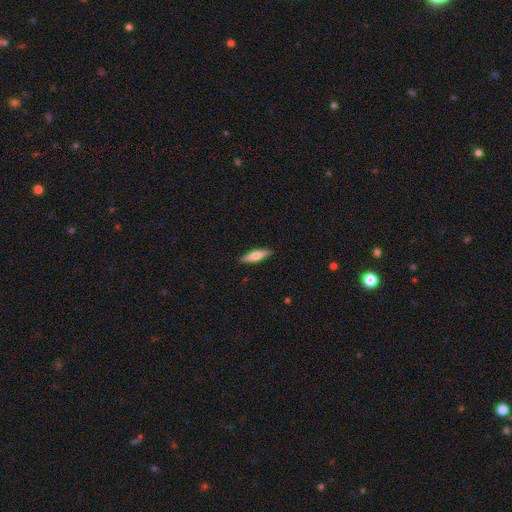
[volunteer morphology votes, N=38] smooth_or_featured: featured or disk (p=0.53) [alt: smooth p=0.39]
disk_edge_on: yes (p=0.95) [alt: no p=0.05]
edge_on_bulge: rounded (p=0.95) [alt: none p=0.05]
merging: none (p=0.89) [alt: major disturbance p=0.06]